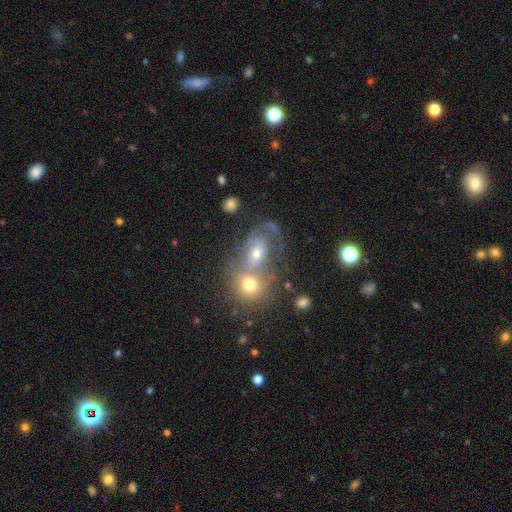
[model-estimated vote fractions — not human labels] Morphology: type=featured or disk (46%); merging=merger (65%).